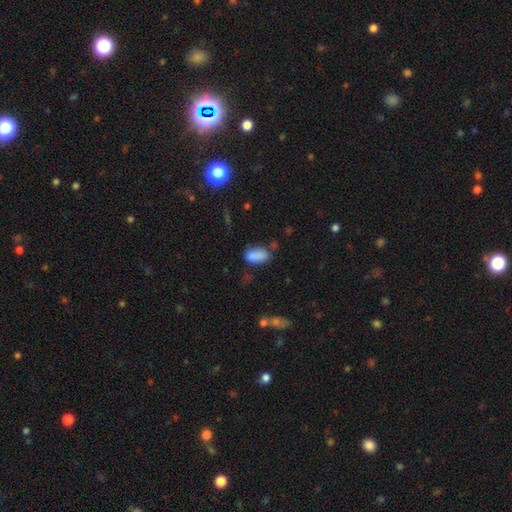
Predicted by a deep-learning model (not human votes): Smooth or featured? smooth (84%)
How rounded? in between (91%)
Merging? none (58%)